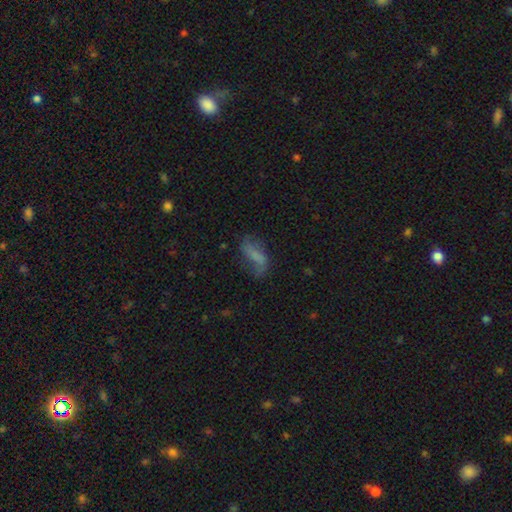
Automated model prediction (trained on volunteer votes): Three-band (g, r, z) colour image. It shows a smooth galaxy with no disk features (47%). Merging: none (51%).